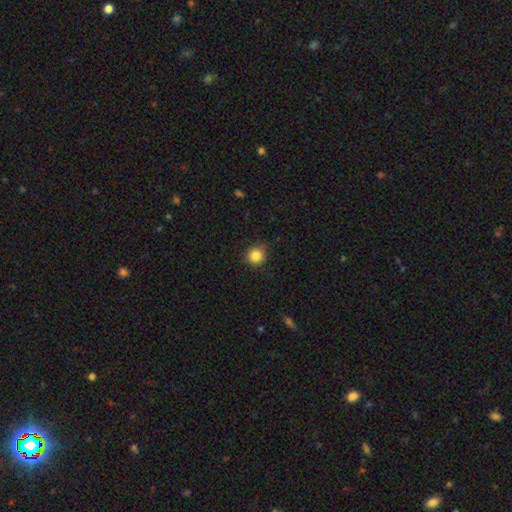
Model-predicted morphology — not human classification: The model was most divided on "merging": none: 82%, minor disturbance: 15%, major disturbance: 3%, merger: 1%. More confident: how rounded — round (92%); smooth or featured — smooth (84%).